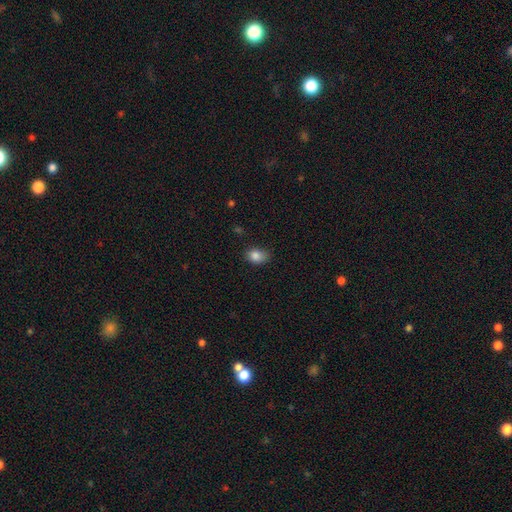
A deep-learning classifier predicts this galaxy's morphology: Overall: smooth (84%). How rounded: in between (71%). Merging: none (69%).